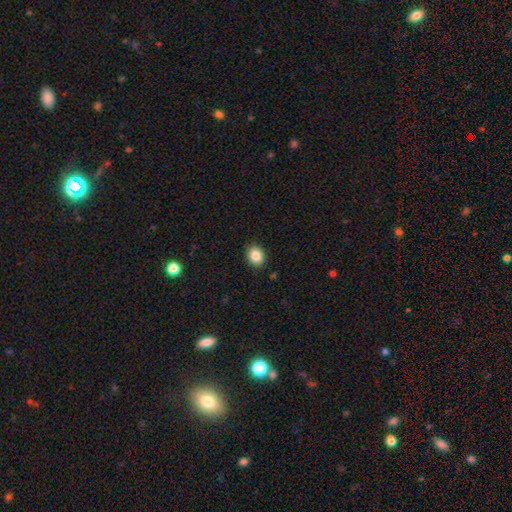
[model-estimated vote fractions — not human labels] smooth 85%, star or artifact 9%, featured or disk 5%. Down the decision tree: how rounded — round (56%); merging — none (88%).